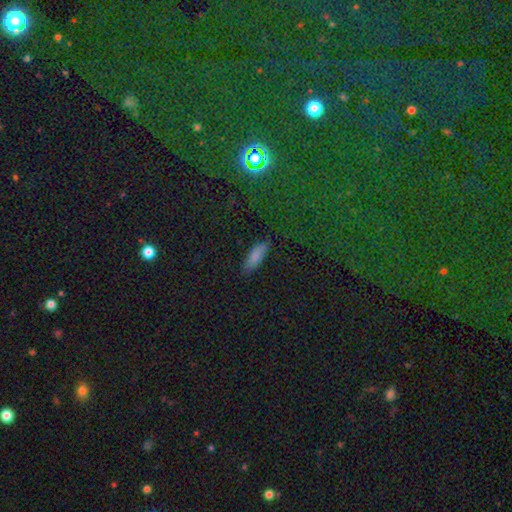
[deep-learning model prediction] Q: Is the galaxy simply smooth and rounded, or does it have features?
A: smooth — 80%.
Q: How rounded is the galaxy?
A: in between — 63%.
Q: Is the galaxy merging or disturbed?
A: none — 83%.